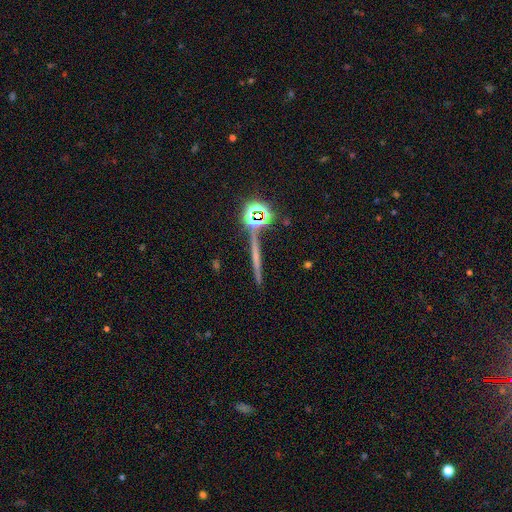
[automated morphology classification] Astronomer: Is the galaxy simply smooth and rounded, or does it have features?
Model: featured or disk — 40% (runner-up: smooth, 32%).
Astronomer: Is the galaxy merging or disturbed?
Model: none — 86%.